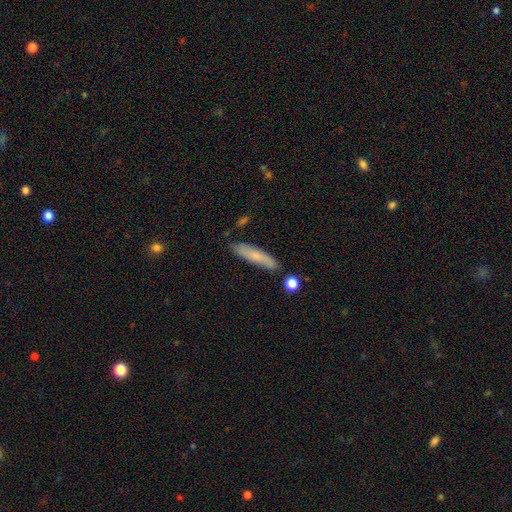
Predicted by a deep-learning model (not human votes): Morphology: type=smooth (72%); roundness=cigar-shaped (85%); merging=none (80%).